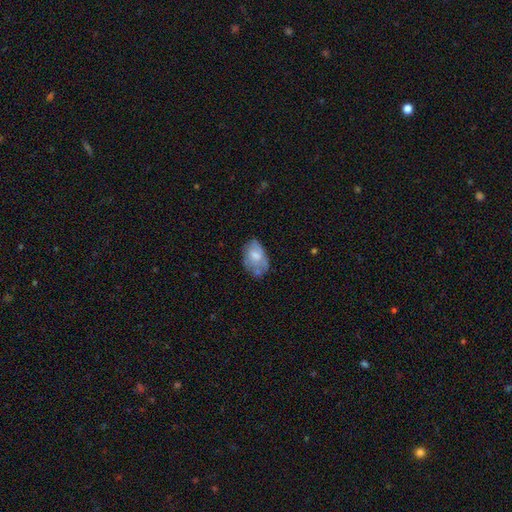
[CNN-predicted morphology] The model was most divided on "merging": none: 46%, minor disturbance: 34%, major disturbance: 14%, merger: 6%. More confident: how rounded — in between (89%); smooth or featured — smooth (62%).